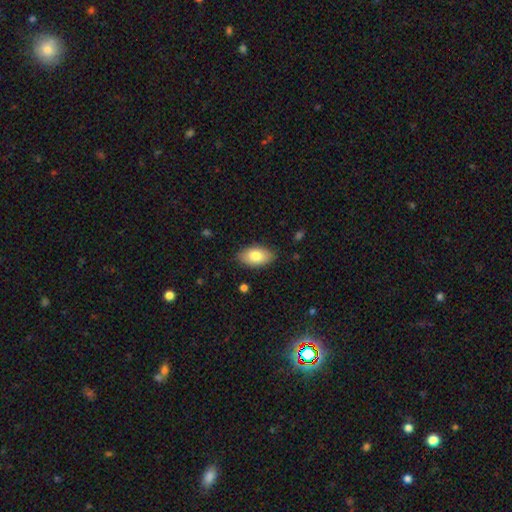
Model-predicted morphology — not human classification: smooth_or_featured: smooth (p=0.79) [alt: featured or disk p=0.14]
how_rounded: in between (p=0.94) [alt: round p=0.04]
merging: none (p=0.85) [alt: minor disturbance p=0.11]